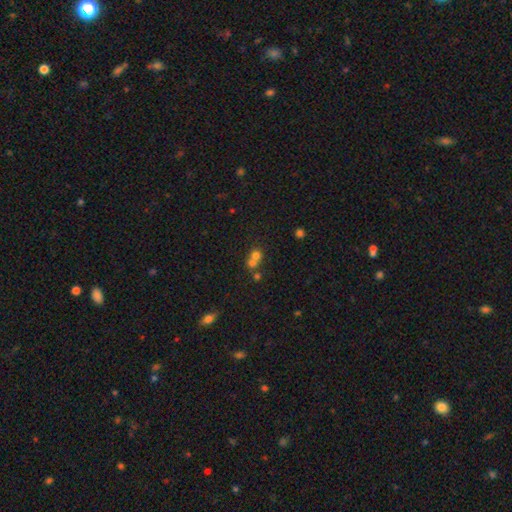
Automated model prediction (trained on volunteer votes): smooth-or-featured: smooth: 66% | star or artifact: 18% | featured or disk: 16%
  how-rounded: round: 78% | in between: 20% | cigar-shaped: 1%
  merging: merger: 59% | none: 32% | minor disturbance: 6% | major disturbance: 3%